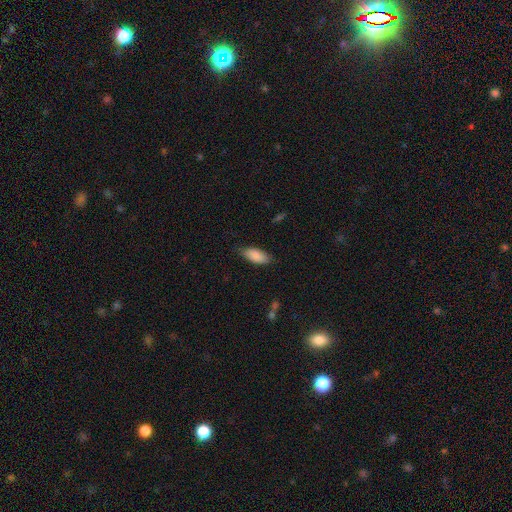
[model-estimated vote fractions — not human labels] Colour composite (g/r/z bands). It shows a smooth galaxy with no disk features (87%) that is in between round and cigar-shaped (86%). Merging: none (76%).